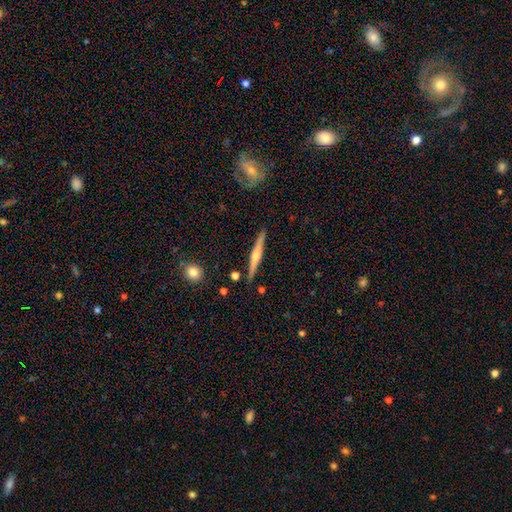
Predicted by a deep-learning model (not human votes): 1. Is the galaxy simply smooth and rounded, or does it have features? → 67% featured or disk, 28% smooth, 6% star or artifact.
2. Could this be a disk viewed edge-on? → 98% yes, 2% no.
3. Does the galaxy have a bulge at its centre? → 83% rounded, 10% none, 7% boxy.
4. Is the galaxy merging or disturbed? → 89% none, 7% minor disturbance, 2% merger, 2% major disturbance.